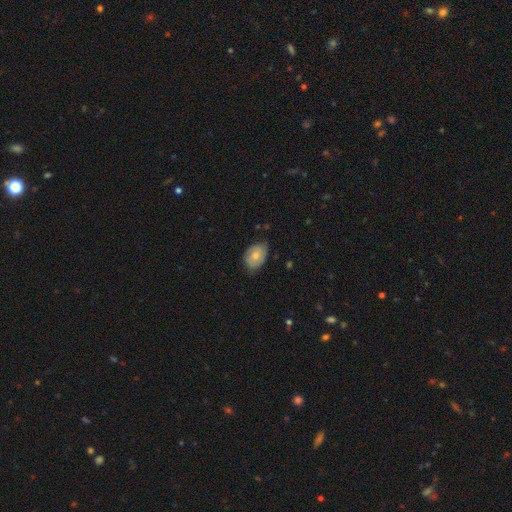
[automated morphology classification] A smooth galaxy with no disk features (67%) that is in between round and cigar-shaped (80%).

Vote fractions:
- Smooth or featured? smooth: 67% / featured or disk: 26% / star or artifact: 7%
- How rounded? in between: 80% / round: 19% / cigar-shaped: 1%
- Merging? none: 62% / minor disturbance: 31% / major disturbance: 5% / merger: 1%